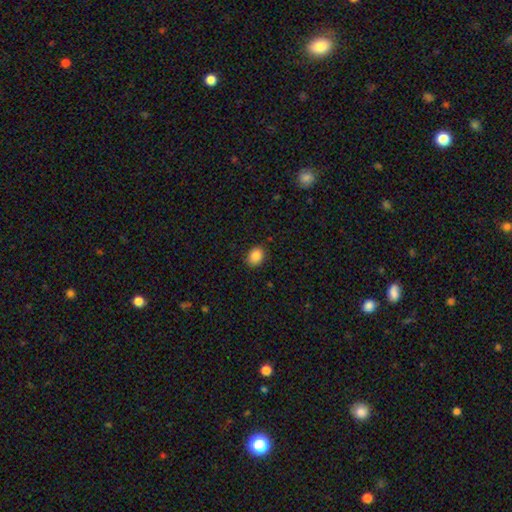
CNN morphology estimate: Smooth or featured? Predicted: smooth (p=0.88). How rounded? Predicted: in between (p=0.56). Merging? Predicted: none (p=0.86).